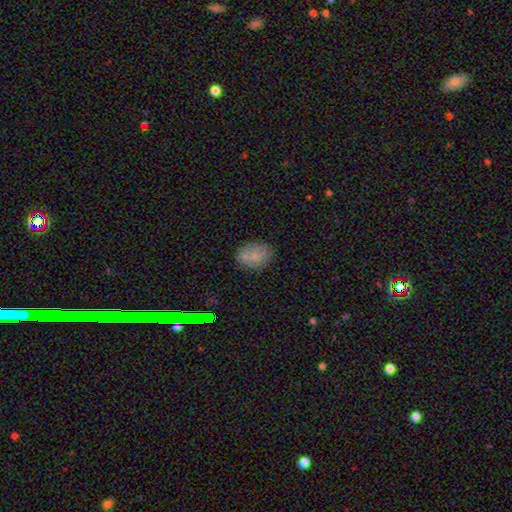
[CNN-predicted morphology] Overall: smooth (74%). How rounded: in between (69%; round 29%). Merging: none (65%).